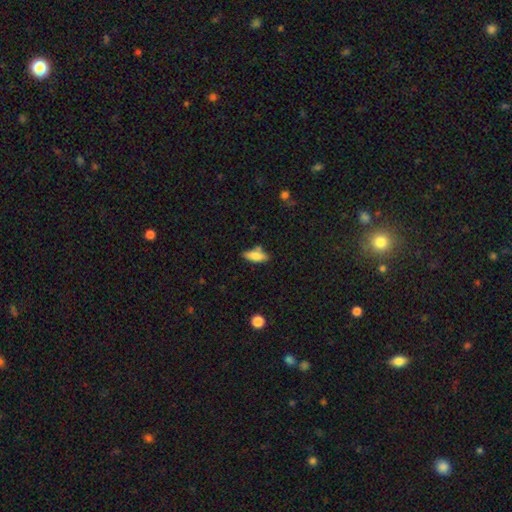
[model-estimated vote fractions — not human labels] Overall: smooth (76%). How rounded: in between (72%). Merging: none (68%).